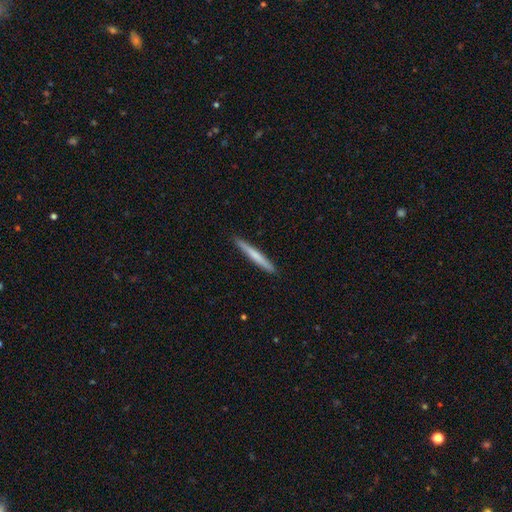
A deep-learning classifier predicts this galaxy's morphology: This appears to be a smooth galaxy with no disk features (62%) that is cigar-shaped (97%). Merging: none (91%).